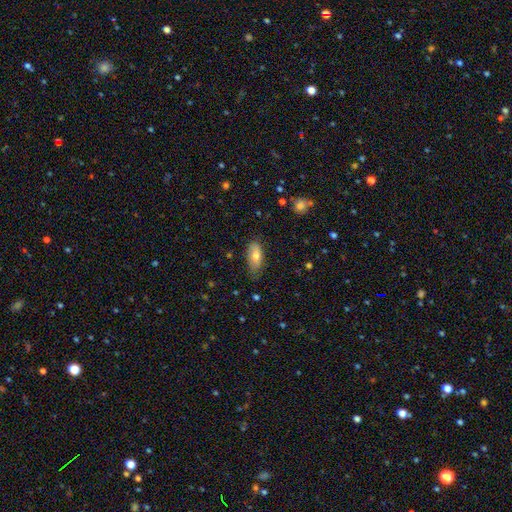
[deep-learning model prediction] Smooth or featured? smooth (74%)
How rounded? in between (85%)
Merging? none (68%)